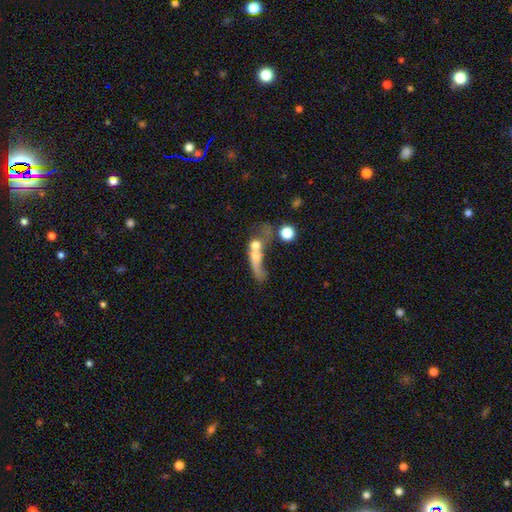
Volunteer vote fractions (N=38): Smooth or featured? smooth (61%)
How rounded? cigar-shaped (43%)
Merging? merger (67%)